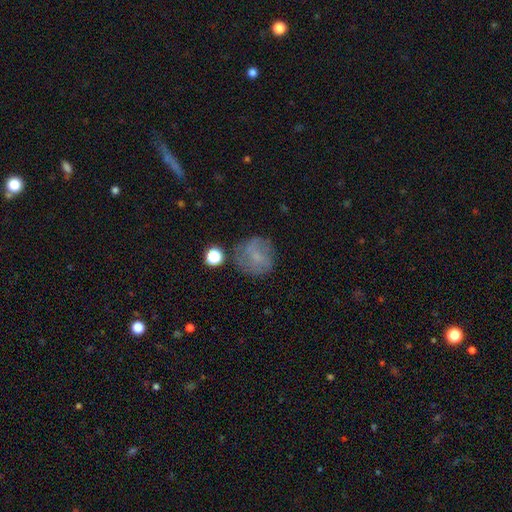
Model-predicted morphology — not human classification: This is possibly a smooth galaxy (58%). How rounded: clearly round (89%). Merging: likely none (67%).